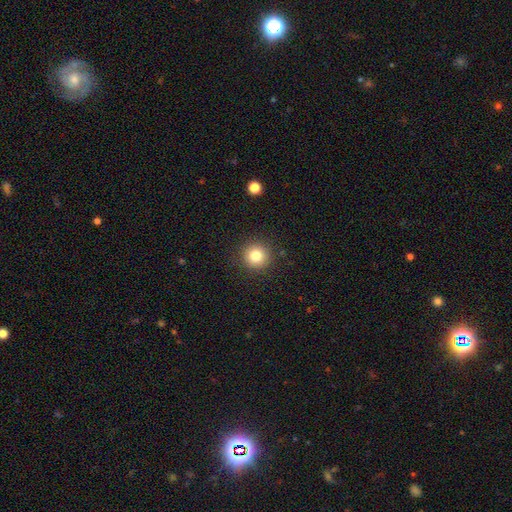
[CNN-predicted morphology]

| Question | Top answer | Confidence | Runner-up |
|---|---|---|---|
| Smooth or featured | smooth | 81% | star or artifact (11%) |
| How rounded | round | 94% | in between (5%) |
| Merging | none | 90% | minor disturbance (6%) |